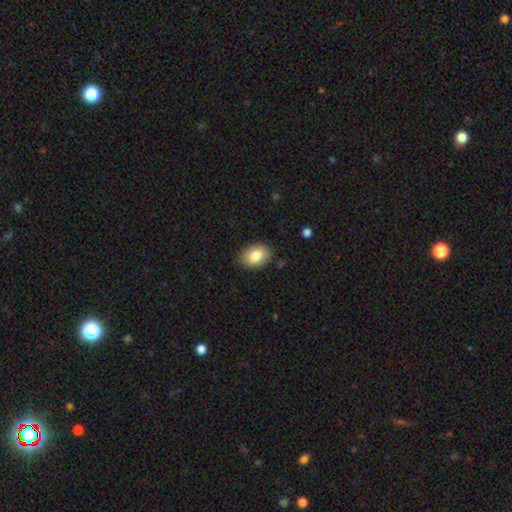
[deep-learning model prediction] Smooth or featured? smooth (84%)
How rounded? in between (78%)
Merging? none (86%)